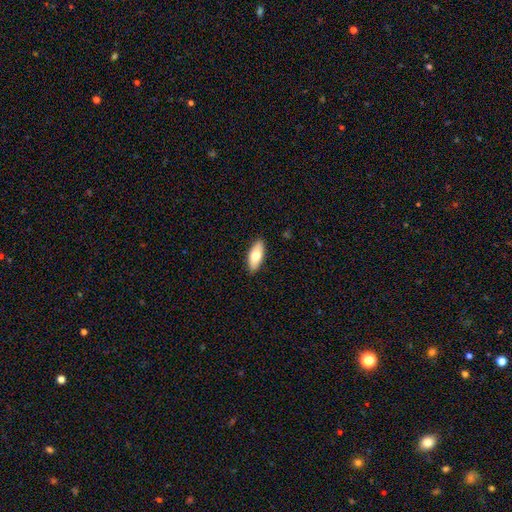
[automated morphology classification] A smooth galaxy with no disk features (75%) that is in between round and cigar-shaped (83%). Merging: none (89%).